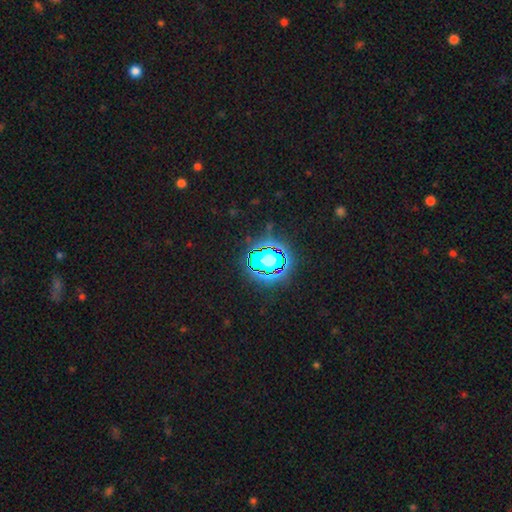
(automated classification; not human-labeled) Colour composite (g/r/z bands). It shows a star or artifact, not a galaxy (83%).